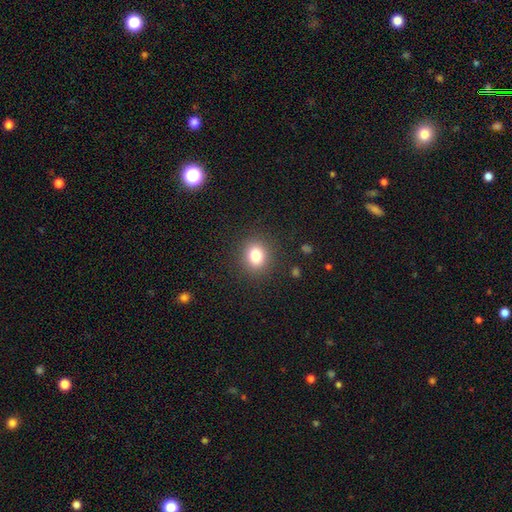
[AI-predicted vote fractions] smooth_or_featured: smooth (p=0.80) [alt: star or artifact p=0.12]
how_rounded: round (p=0.73) [alt: in between p=0.26]
merging: none (p=0.88) [alt: minor disturbance p=0.07]